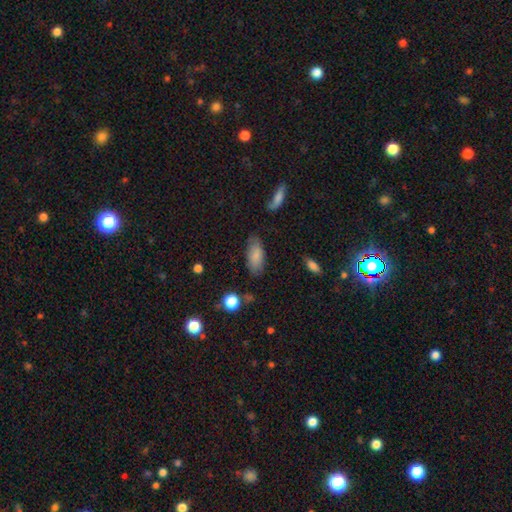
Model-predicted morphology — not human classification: Smooth or featured? smooth (83%)
How rounded? in between (87%)
Merging? none (77%)